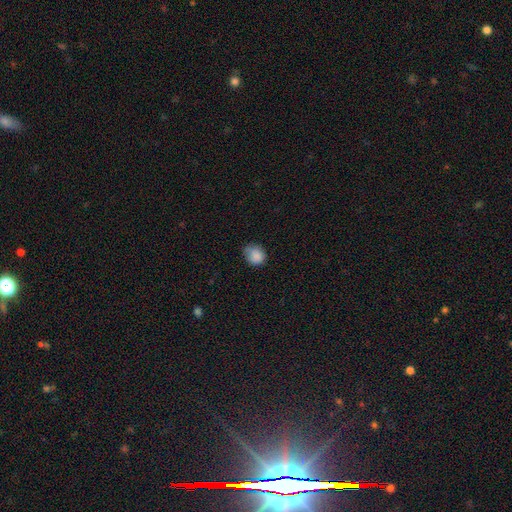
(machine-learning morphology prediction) smooth-or-featured: smooth: 86% | star or artifact: 9% | featured or disk: 5%
  how-rounded: round: 67% | in between: 32% | cigar-shaped: 1%
  merging: none: 59% | minor disturbance: 33% | major disturbance: 7% | merger: 2%